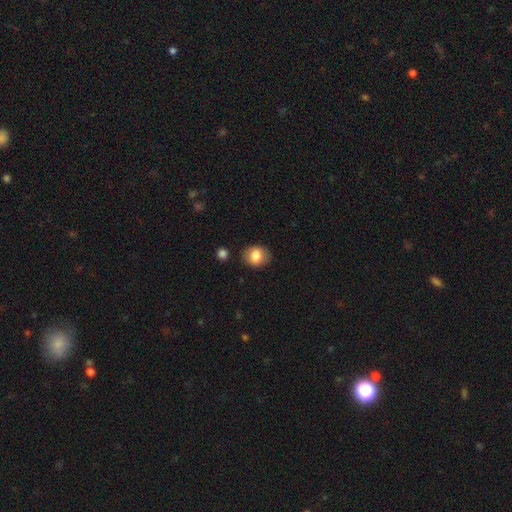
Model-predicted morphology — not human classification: Smooth or featured? Predicted: smooth (p=0.81). How rounded? Predicted: round (p=0.56). Merging? Predicted: none (p=0.83).